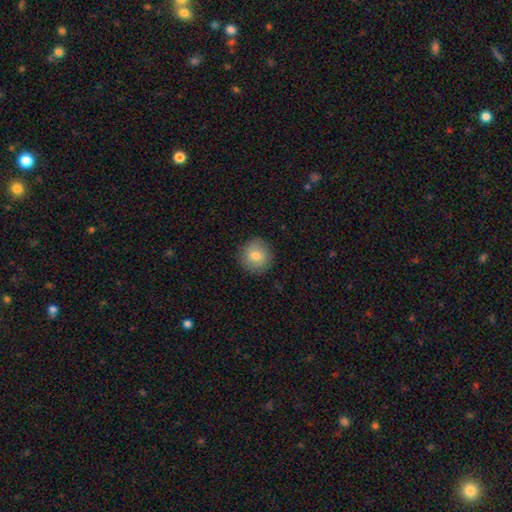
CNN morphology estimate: Smooth or featured? smooth (81%)
How rounded? round (93%)
Merging? none (90%)